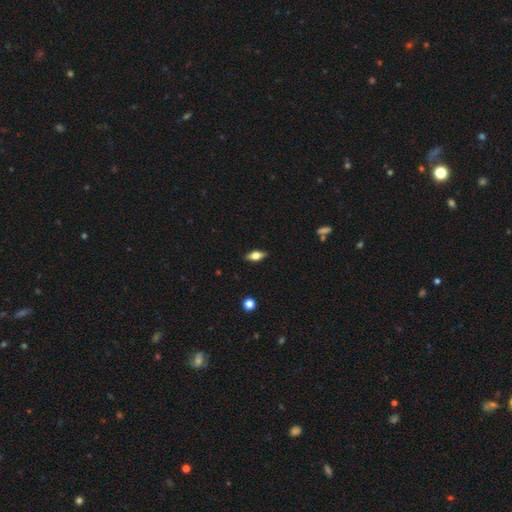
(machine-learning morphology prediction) smooth-or-featured: smooth: 54% | featured or disk: 38% | star or artifact: 8%
  how-rounded: in between: 77% | cigar-shaped: 19% | round: 5%
  merging: none: 88% | minor disturbance: 9% | major disturbance: 2% | merger: 1%